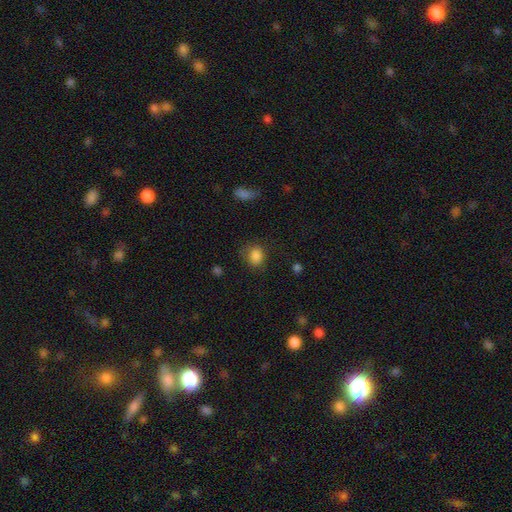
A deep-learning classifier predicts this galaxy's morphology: This appears to be a smooth galaxy with no disk features (85%) that is round (62%). Merging: none (69%).